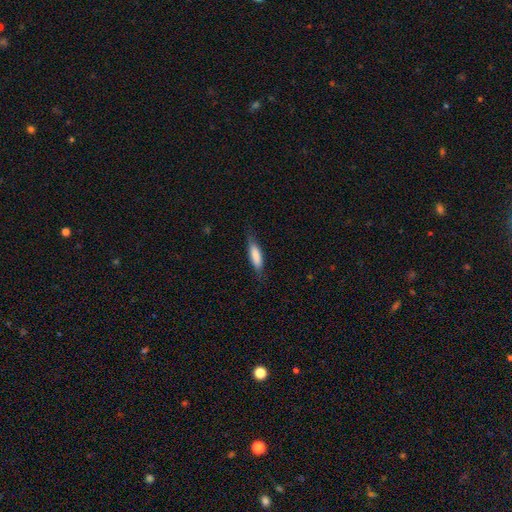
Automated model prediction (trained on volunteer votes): Smooth or featured? smooth (80%)
How rounded? cigar-shaped (62%)
Merging? none (76%)